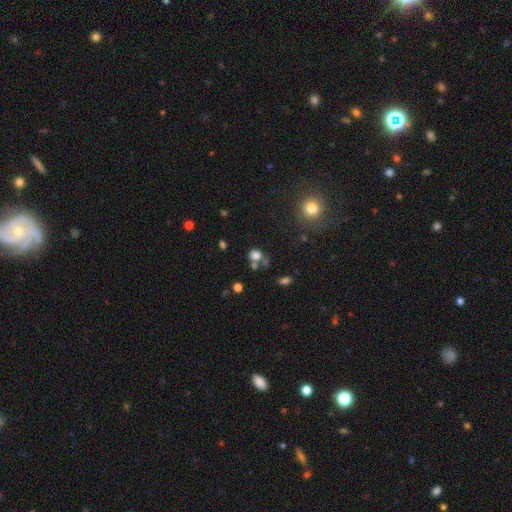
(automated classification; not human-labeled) Morphology: type=smooth (73%); roundness=round (71%); merging=none (56%).